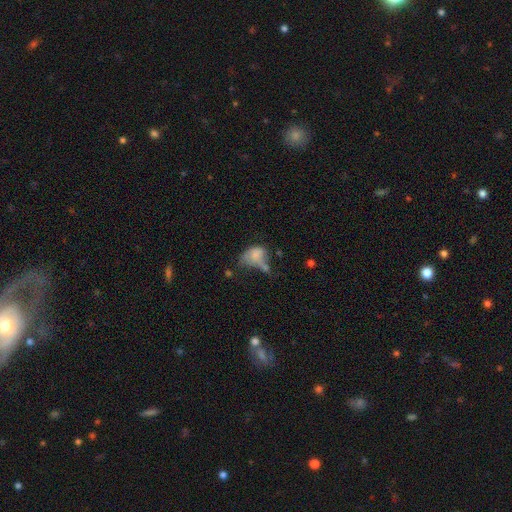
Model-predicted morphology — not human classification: type=smooth (67%); roundness=in between (81%); merging=major disturbance (33%).